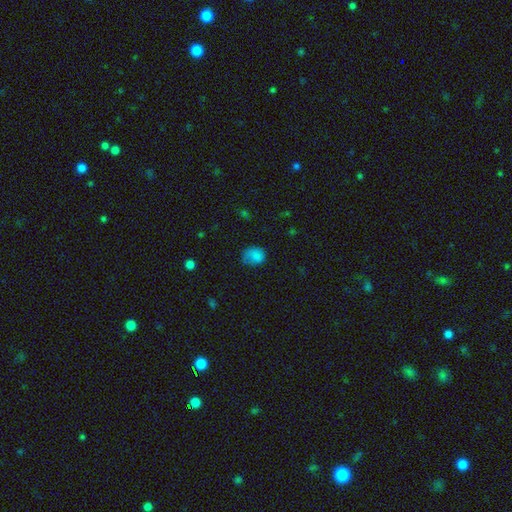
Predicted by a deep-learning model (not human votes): A smooth galaxy with no disk features (80%) that is round (54%). Merging: none (54%).